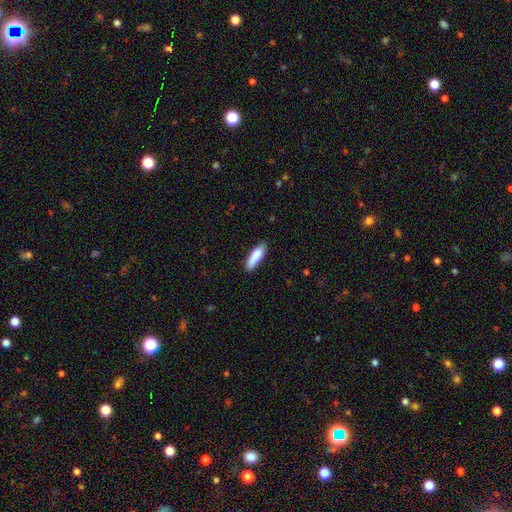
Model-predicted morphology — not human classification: Smooth or featured? Predicted: smooth (p=0.85). How rounded? Predicted: cigar-shaped (p=0.57). Merging? Predicted: none (p=0.78).